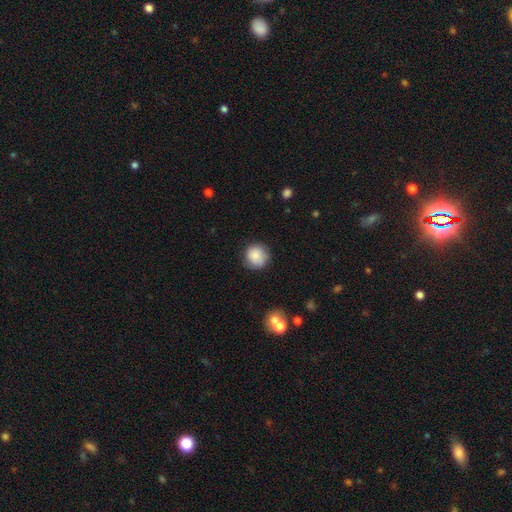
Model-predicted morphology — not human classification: smooth_or_featured: smooth (p=0.85) [alt: star or artifact p=0.08]
how_rounded: round (p=0.93) [alt: in between p=0.06]
merging: none (p=0.83) [alt: minor disturbance p=0.12]